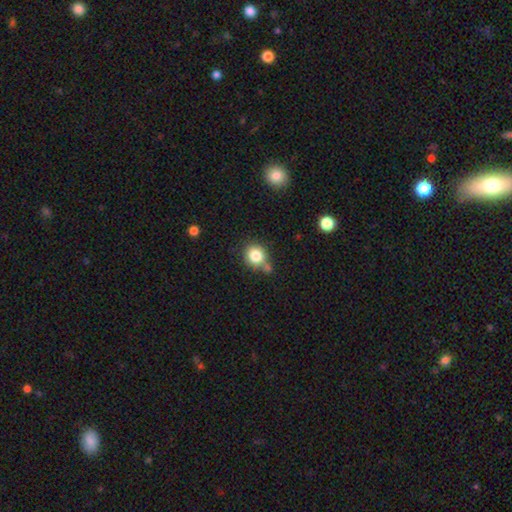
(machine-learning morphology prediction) A smooth galaxy with no disk features (82%) that is round (84%). Merging: none (60%).